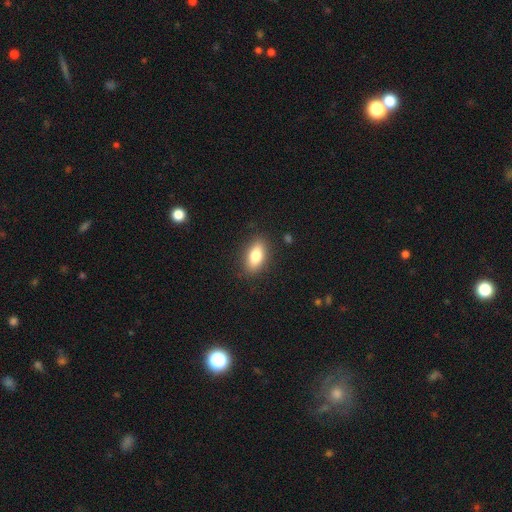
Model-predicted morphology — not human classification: Q: Smooth or featured?
A: smooth (79%); runner-up: featured or disk (14%)
Q: How rounded?
A: in between (85%); runner-up: cigar-shaped (9%)
Q: Merging?
A: none (87%); runner-up: minor disturbance (10%)